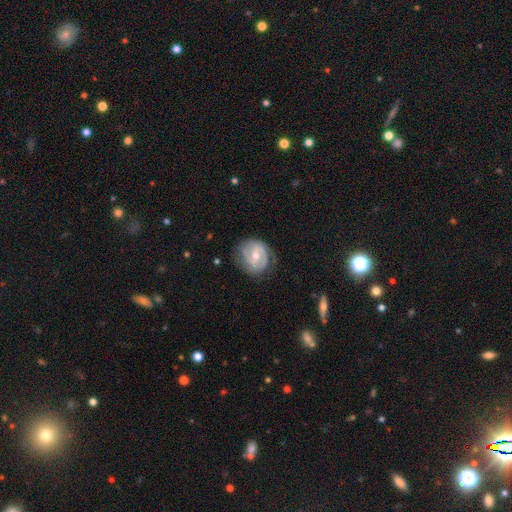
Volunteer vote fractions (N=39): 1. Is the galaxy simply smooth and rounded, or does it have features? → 85% featured or disk, 8% smooth, 8% star or artifact.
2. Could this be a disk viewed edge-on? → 100% no, 0% yes.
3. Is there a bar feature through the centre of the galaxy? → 61% weak, 24% strong, 15% no.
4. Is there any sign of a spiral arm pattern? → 94% yes, 6% no.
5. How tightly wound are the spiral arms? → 71% tight, 26% medium, 3% loose.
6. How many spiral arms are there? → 74% 2, 16% can't tell, 10% 3, 0% 1, 0% 4, 0% more than 4.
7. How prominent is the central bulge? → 52% small, 45% moderate, 3% dominant, 0% large, 0% none.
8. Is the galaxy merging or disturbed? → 78% none, 19% minor disturbance, 3% major disturbance, 0% merger.